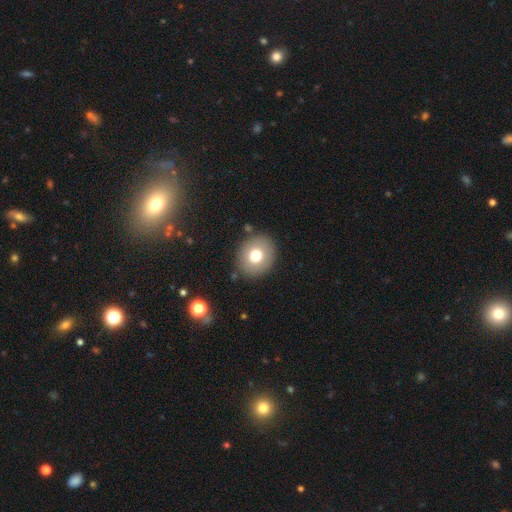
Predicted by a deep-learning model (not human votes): smooth-or-featured: smooth: 73% | featured or disk: 17% | star or artifact: 10%
  how-rounded: round: 74% | in between: 25% | cigar-shaped: 1%
  merging: none: 86% | minor disturbance: 8% | major disturbance: 3% | merger: 2%